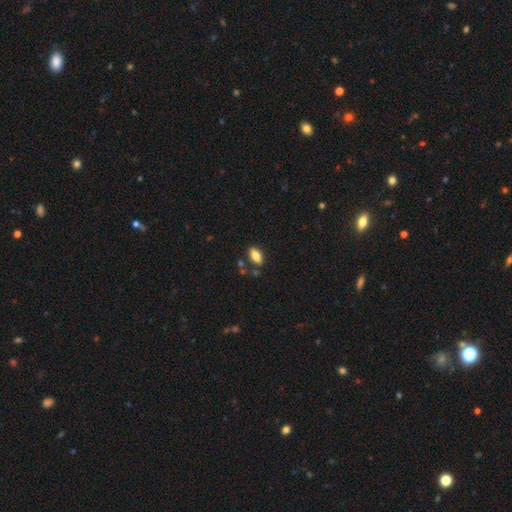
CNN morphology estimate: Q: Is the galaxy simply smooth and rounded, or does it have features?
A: smooth — 80%.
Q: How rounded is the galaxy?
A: in between — 88%.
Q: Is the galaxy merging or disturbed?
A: none — 79%.